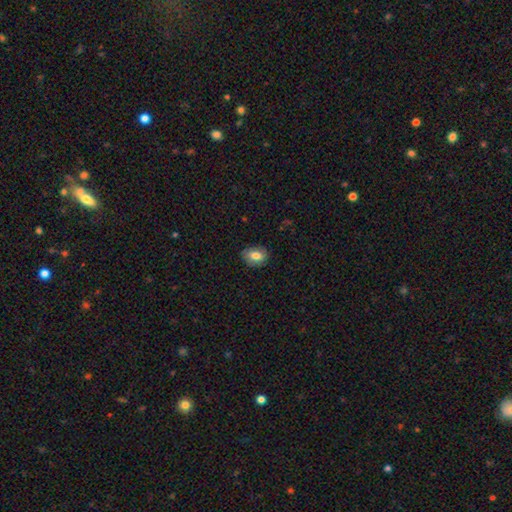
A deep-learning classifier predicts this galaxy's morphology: Overall: smooth (78%). How rounded: in between (69%; round 30%). Merging: none (82%).